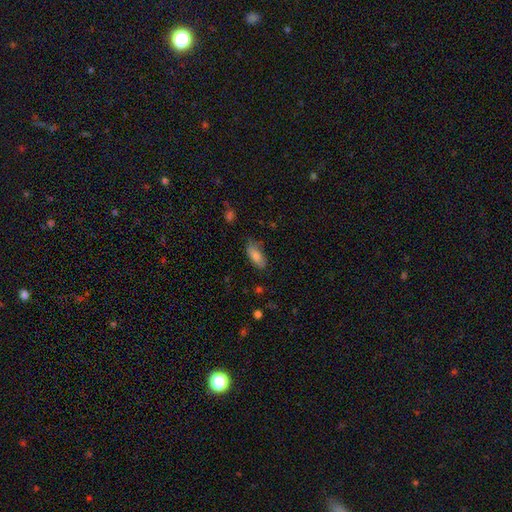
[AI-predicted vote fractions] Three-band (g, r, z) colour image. It shows a smooth galaxy with no disk features (80%) that is in between round and cigar-shaped (84%). Merging: none (75%).